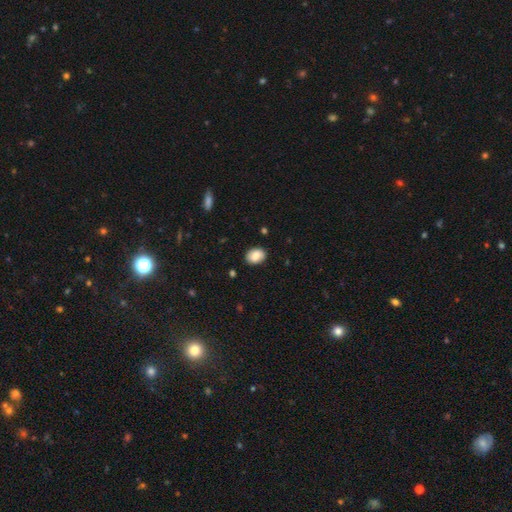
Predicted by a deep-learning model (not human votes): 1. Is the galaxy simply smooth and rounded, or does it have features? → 82% smooth, 11% featured or disk, 8% star or artifact.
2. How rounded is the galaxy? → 70% in between, 29% round, 1% cigar-shaped.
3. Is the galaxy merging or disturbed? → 87% none, 10% minor disturbance, 2% major disturbance, 1% merger.